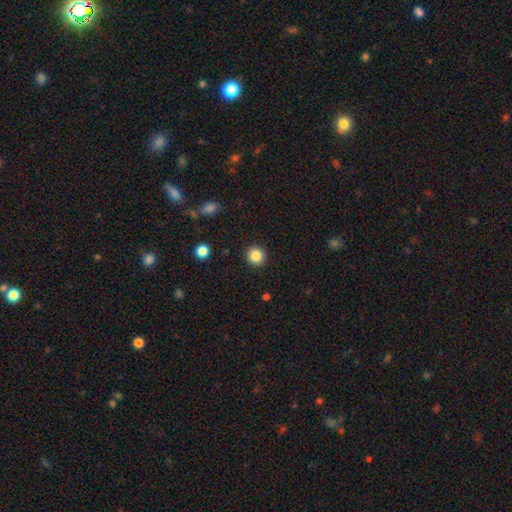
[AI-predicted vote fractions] Smooth or featured? Predicted: smooth (p=0.85). How rounded? Predicted: round (p=0.91). Merging? Predicted: none (p=0.92).